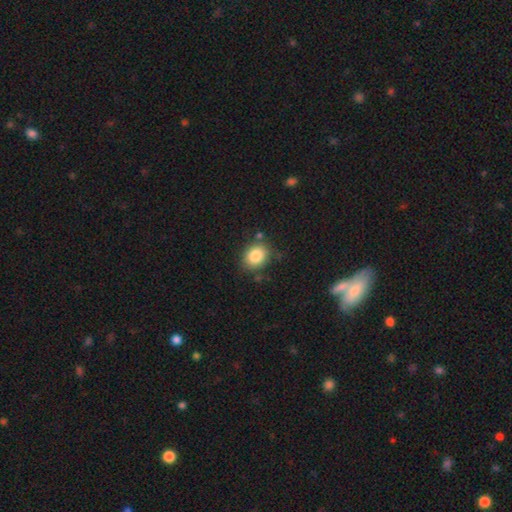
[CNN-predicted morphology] smooth 83%, star or artifact 9%, featured or disk 7%. Down the decision tree: how rounded — round (53%); merging — none (78%).